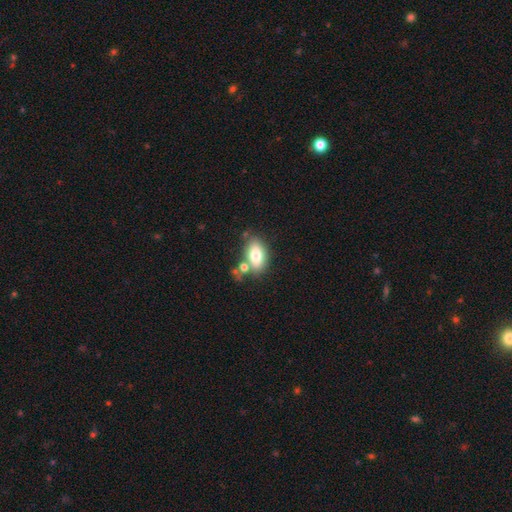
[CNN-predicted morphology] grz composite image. It shows a smooth galaxy with no disk features (75%) that is in between round and cigar-shaped (89%). Merging: none (61%).